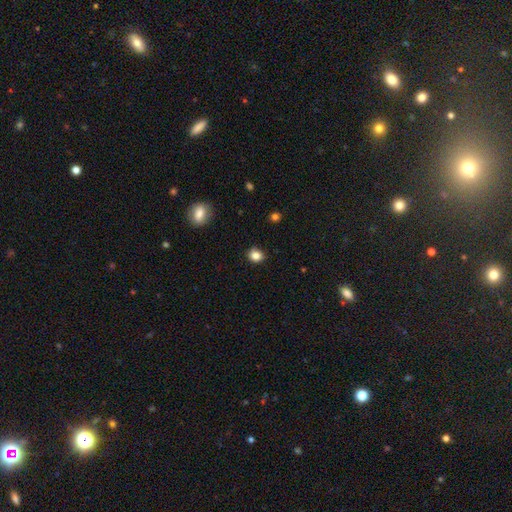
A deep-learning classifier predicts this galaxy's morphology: smooth-or-featured: smooth: 83% | star or artifact: 11% | featured or disk: 5%
  how-rounded: round: 67% | in between: 32% | cigar-shaped: 1%
  merging: none: 86% | minor disturbance: 11% | major disturbance: 2% | merger: 1%